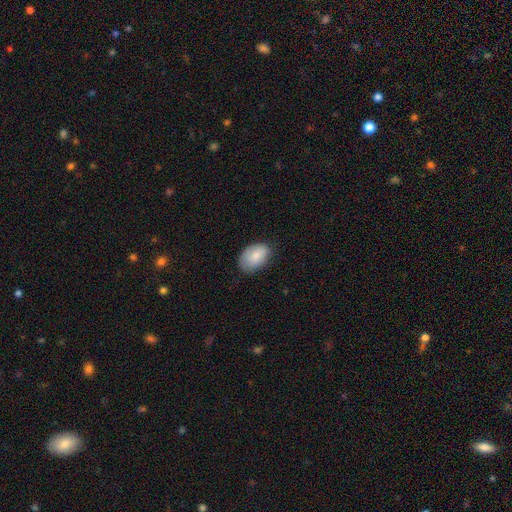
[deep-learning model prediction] Smooth or featured?
  - smooth: 84% *
  - featured or disk: 10%
  - star or artifact: 6%
How rounded?
  - in between: 89% *
  - round: 10%
  - cigar-shaped: 1%
Merging?
  - none: 71% *
  - minor disturbance: 23%
  - major disturbance: 4%
  - merger: 1%